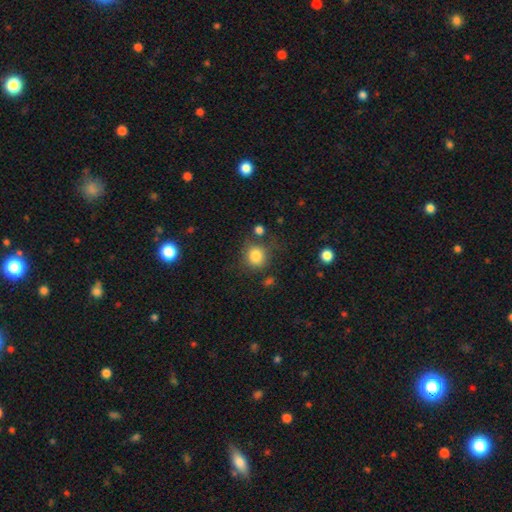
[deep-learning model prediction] Smooth or featured? Predicted: smooth (p=0.82). How rounded? Predicted: round (p=0.85). Merging? Predicted: none (p=0.73).